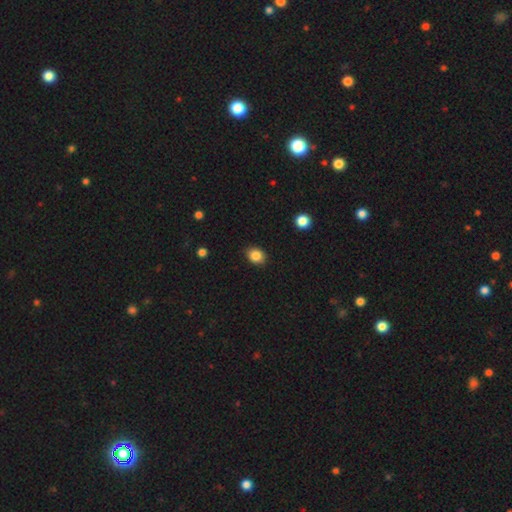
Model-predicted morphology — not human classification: A smooth galaxy with no disk features (86%) that is in between round and cigar-shaped (51%). Merging: none (88%).